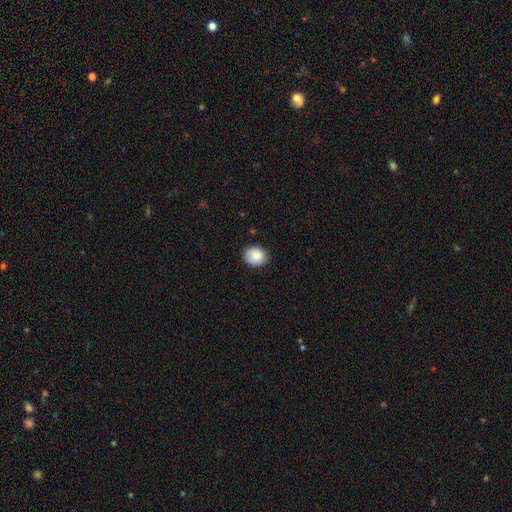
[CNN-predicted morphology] Smooth or featured? smooth (87%)
How rounded? round (57%)
Merging? none (82%)